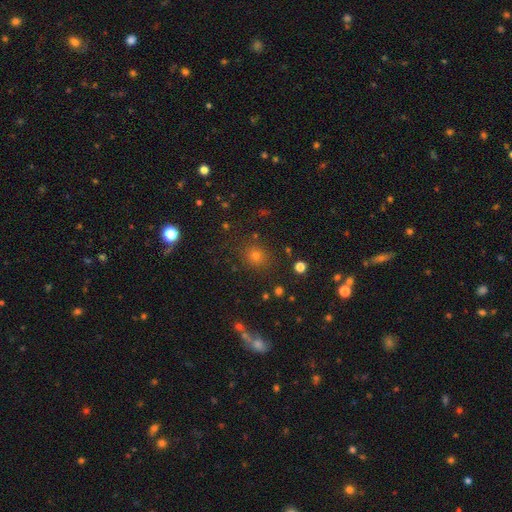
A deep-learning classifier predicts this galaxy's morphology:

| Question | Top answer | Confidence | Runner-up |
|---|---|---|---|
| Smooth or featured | smooth | 68% | star or artifact (25%) |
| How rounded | round | 84% | in between (15%) |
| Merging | none | 85% | minor disturbance (8%) |